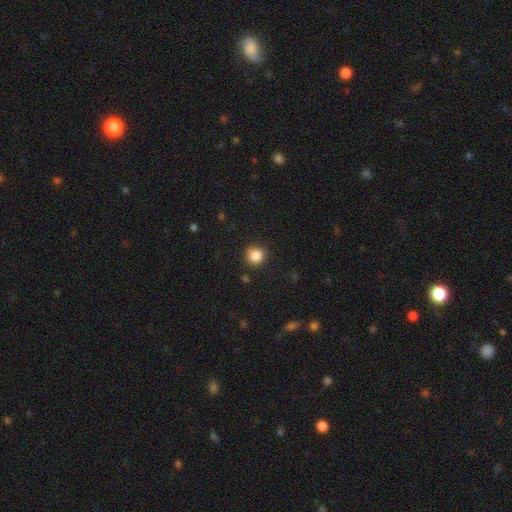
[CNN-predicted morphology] smooth_or_featured: smooth (p=0.85) [alt: star or artifact p=0.11]
how_rounded: round (p=0.91) [alt: in between p=0.08]
merging: none (p=0.87) [alt: minor disturbance p=0.09]